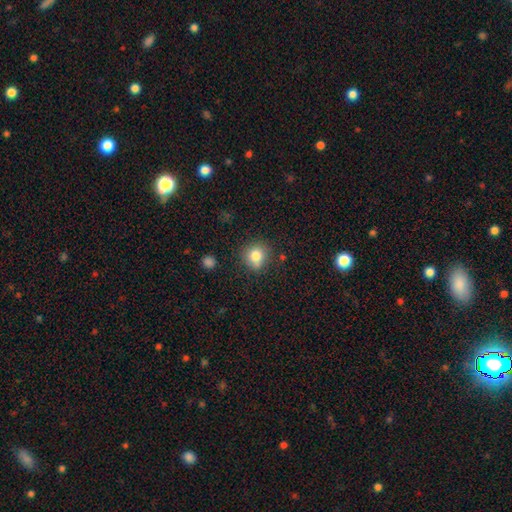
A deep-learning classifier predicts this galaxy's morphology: This appears to be a smooth galaxy with no disk features (81%) that is round (83%). Merging: none (74%).